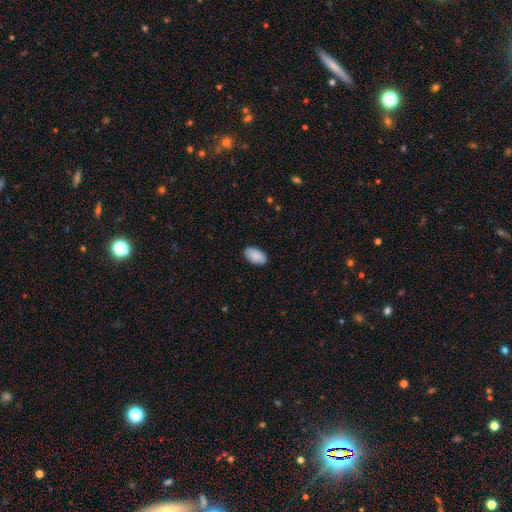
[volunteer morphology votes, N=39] A smooth galaxy with no disk features (92%) that is in between round and cigar-shaped (100%).

Vote fractions:
- Smooth or featured? smooth: 92% / featured or disk: 5% / star or artifact: 3%
- How rounded? in between: 100% / round: 0% / cigar-shaped: 0%
- Merging? none: 87% / minor disturbance: 11% / major disturbance: 3% / merger: 0%